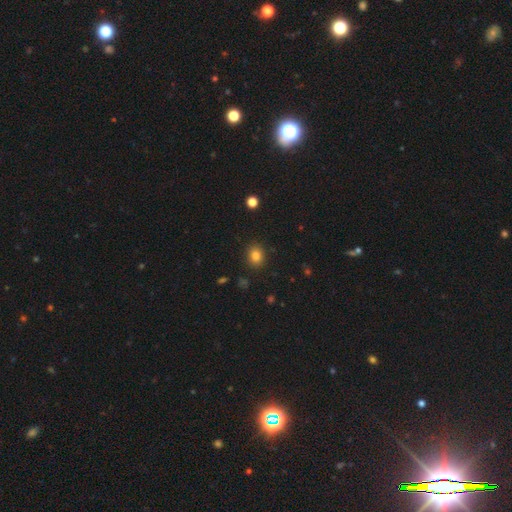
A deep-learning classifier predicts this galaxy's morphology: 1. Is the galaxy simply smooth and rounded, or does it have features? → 83% smooth, 12% star or artifact, 5% featured or disk.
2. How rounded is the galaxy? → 55% round, 44% in between, 1% cigar-shaped.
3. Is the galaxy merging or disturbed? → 88% none, 8% minor disturbance, 3% major disturbance, 1% merger.